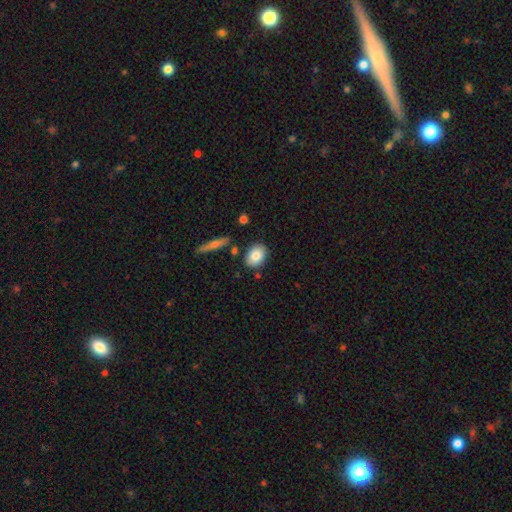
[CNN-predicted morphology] This appears to be a smooth galaxy with no disk features (82%) that is in between round and cigar-shaped (74%). Merging: none (83%).